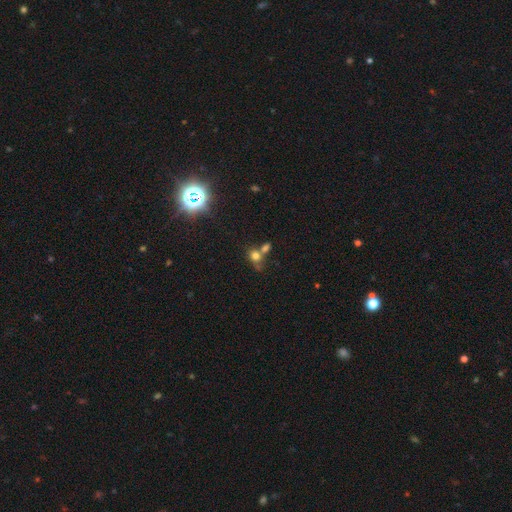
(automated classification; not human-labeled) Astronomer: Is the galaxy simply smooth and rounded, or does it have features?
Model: smooth — 70%.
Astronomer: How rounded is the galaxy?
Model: round — 58% (runner-up: in between, 39%).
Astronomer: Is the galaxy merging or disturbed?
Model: merger — 47% (runner-up: none, 34%).